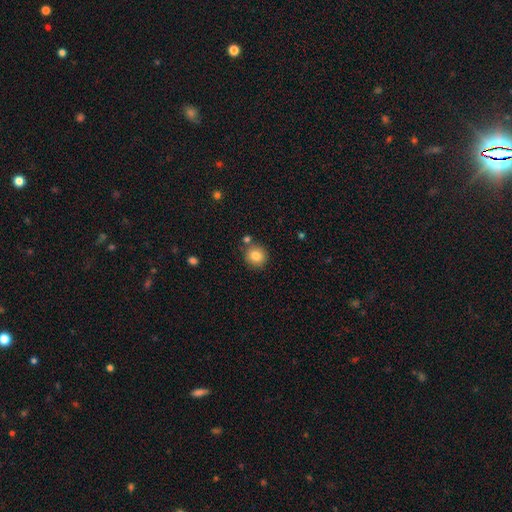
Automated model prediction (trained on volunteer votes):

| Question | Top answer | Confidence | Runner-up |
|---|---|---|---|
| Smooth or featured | smooth | 82% | star or artifact (10%) |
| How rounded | round | 89% | in between (10%) |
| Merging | none | 79% | merger (9%) |